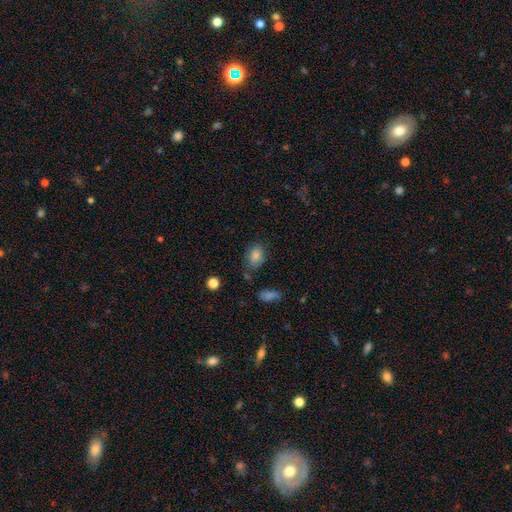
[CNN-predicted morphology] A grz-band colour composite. It shows a smooth galaxy with no disk features (83%) that is in between round and cigar-shaped (82%). Merging: none (68%).